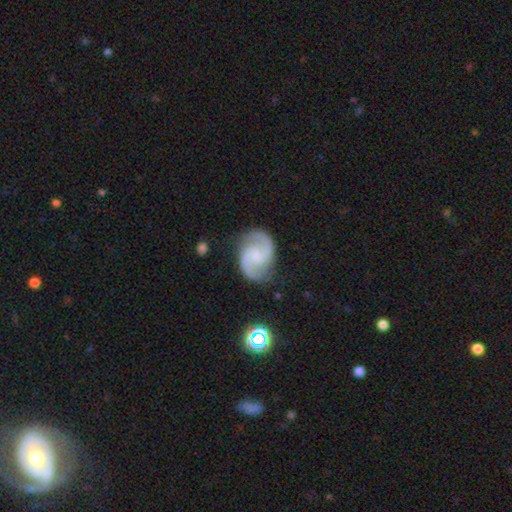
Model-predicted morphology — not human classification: smooth-or-featured: featured or disk: 91% | smooth: 4% | star or artifact: 4%
  disk-edge-on: no: 98% | yes: 2%
    bar: no: 53% | weak: 39% | strong: 8%
    has-spiral-arms: yes: 98% | no: 2%
      spiral-winding: medium: 61% | tight: 23% | loose: 16%
      spiral-arm-count: 2: 94% | can't tell: 2% | 3: 1% | 1: 1% | 4: 1% | more than 4: 1%
    bulge-size: small: 56% | none: 22% | moderate: 20% | large: 2% | dominant: 1%
  merging: none: 83% | minor disturbance: 13% | major disturbance: 3% | merger: 1%